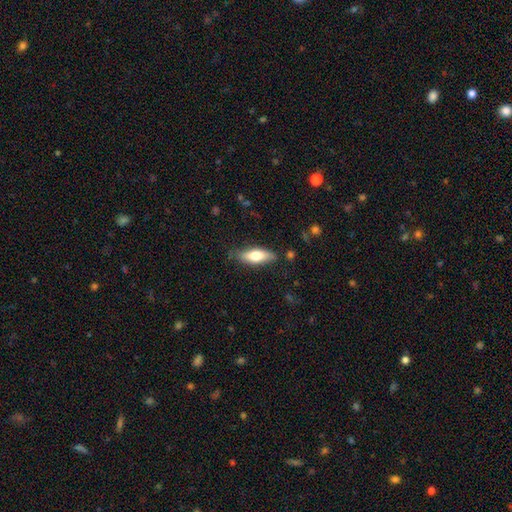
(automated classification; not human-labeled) A smooth galaxy with no disk features (68%) that is in between round and cigar-shaped (62%). Merging: none (79%).